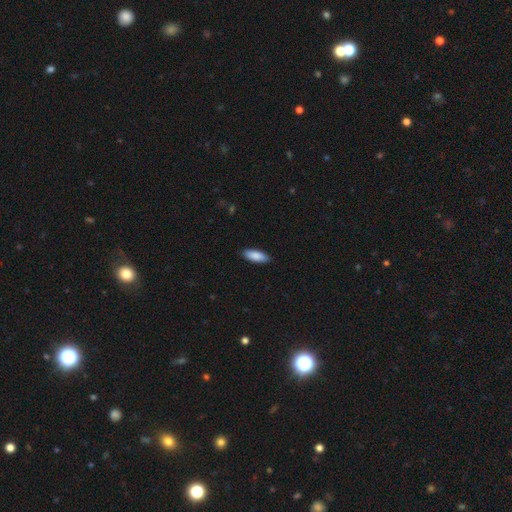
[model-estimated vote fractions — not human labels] Q: Smooth or featured?
A: smooth (88%); runner-up: featured or disk (7%)
Q: How rounded?
A: in between (71%); runner-up: cigar-shaped (27%)
Q: Merging?
A: none (88%); runner-up: minor disturbance (9%)